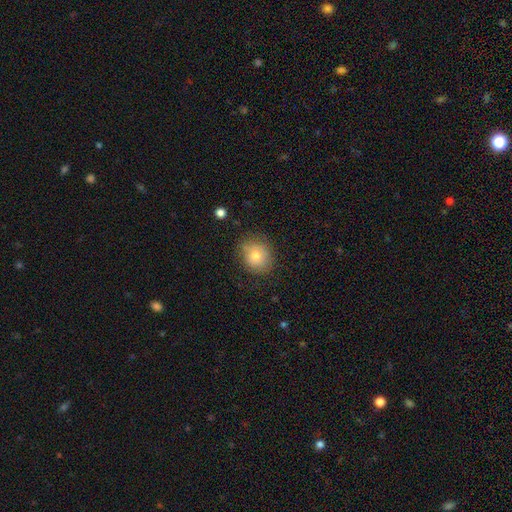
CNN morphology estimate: smooth 76%, featured or disk 14%, star or artifact 10%. Down the decision tree: how rounded — round (75%); merging — none (77%).